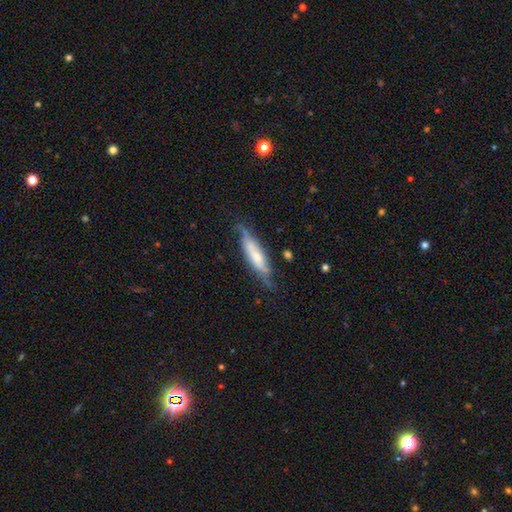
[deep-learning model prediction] This is possibly a featured or disk galaxy (55%). It is possibly viewed edge-on (53%). Merging: possibly none (60%).